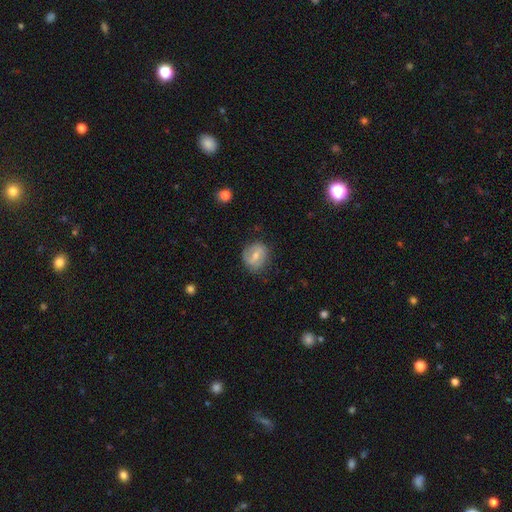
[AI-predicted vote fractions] Smooth or featured? featured or disk (49%)
Merging? none (76%)